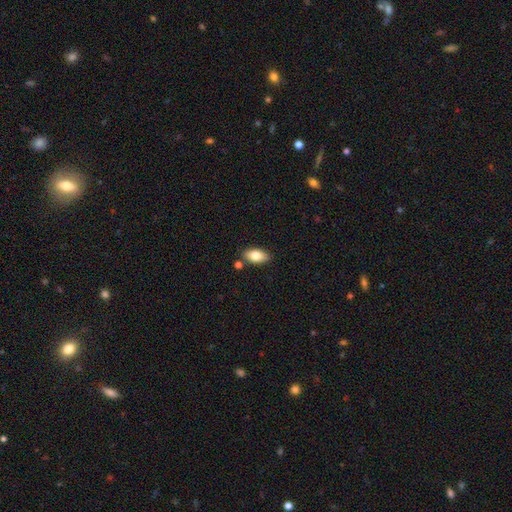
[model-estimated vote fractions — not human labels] smooth-or-featured: smooth: 79% | featured or disk: 13% | star or artifact: 7%
  how-rounded: in between: 91% | cigar-shaped: 5% | round: 4%
  merging: none: 80% | minor disturbance: 11% | merger: 6% | major disturbance: 2%